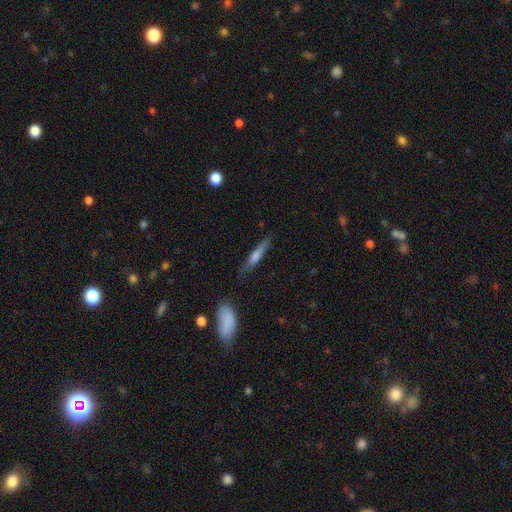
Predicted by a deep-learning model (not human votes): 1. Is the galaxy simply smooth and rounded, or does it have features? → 58% smooth, 35% featured or disk, 7% star or artifact.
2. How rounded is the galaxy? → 85% cigar-shaped, 13% in between, 2% round.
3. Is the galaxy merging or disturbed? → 77% none, 17% minor disturbance, 4% major disturbance, 2% merger.